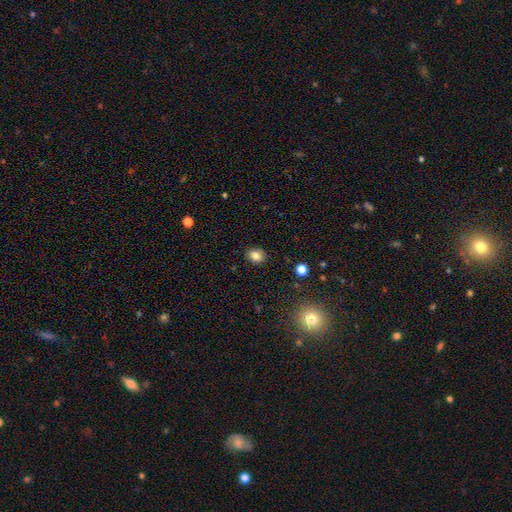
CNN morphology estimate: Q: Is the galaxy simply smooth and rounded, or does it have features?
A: smooth — 82%.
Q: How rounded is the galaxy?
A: round — 59%.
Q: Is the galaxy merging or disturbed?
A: none — 88%.